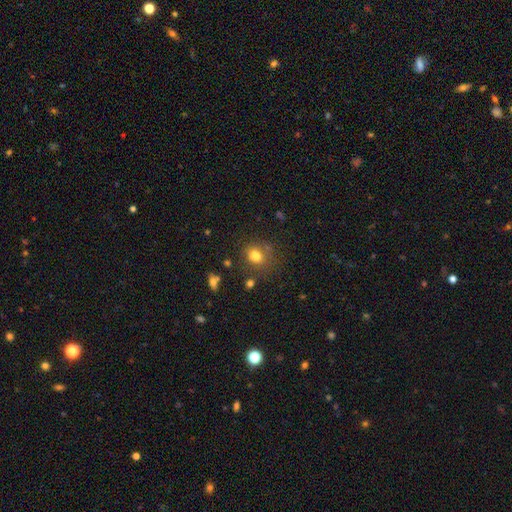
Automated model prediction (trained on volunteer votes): Smooth or featured?
  - smooth: 77% *
  - star or artifact: 13%
  - featured or disk: 10%
How rounded?
  - round: 69% *
  - in between: 30%
  - cigar-shaped: 1%
Merging?
  - none: 71% *
  - minor disturbance: 16%
  - major disturbance: 6%
  - merger: 6%